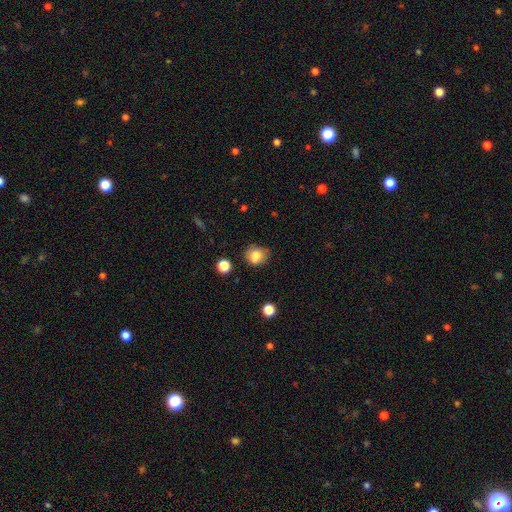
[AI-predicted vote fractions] Overall: smooth (80%). How rounded: round (75%). Merging: none (74%).